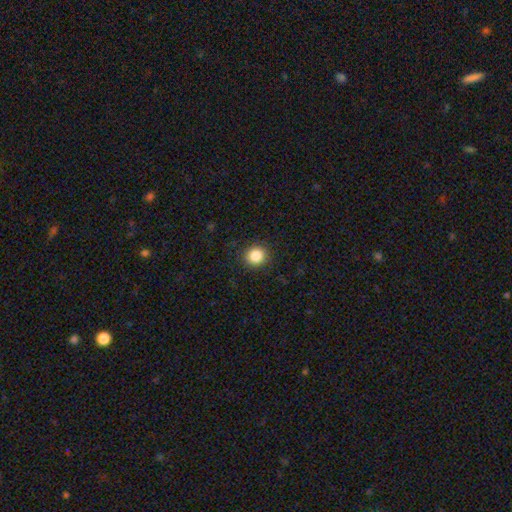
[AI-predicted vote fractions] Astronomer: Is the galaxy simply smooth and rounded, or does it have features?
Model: smooth — 85%.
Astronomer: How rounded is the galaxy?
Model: round — 90%.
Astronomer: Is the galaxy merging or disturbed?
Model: none — 91%.